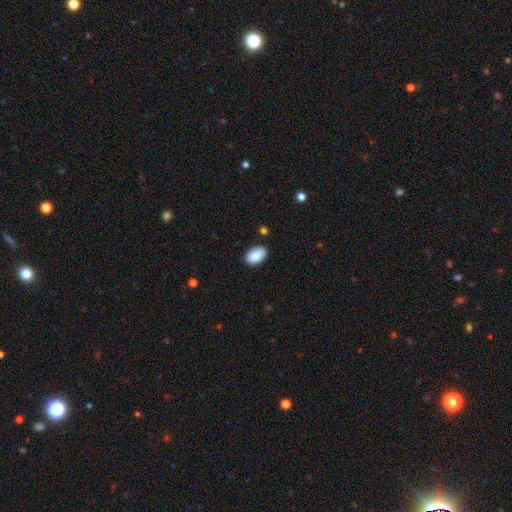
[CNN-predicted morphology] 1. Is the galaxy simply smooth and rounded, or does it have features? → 90% smooth, 7% star or artifact, 4% featured or disk.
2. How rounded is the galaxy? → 94% in between, 4% round, 1% cigar-shaped.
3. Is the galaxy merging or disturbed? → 87% none, 10% minor disturbance, 2% major disturbance, 1% merger.